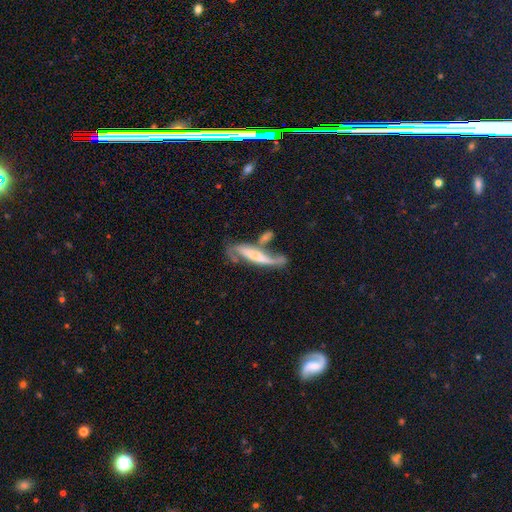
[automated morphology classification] This is possibly a featured or disk galaxy (56%). It is possibly not viewed edge-on (54%). Merging: marginally none (31%).